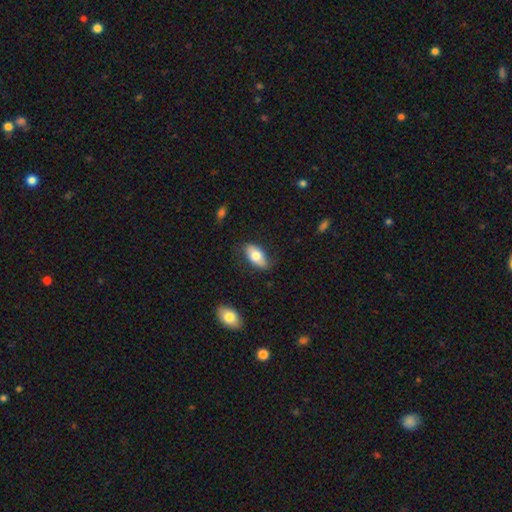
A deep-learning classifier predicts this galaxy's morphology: Smooth or featured: smooth — 74% (featured or disk — 20%)
How rounded: in between — 91% (cigar-shaped — 5%)
Merging: none — 78% (minor disturbance — 17%)